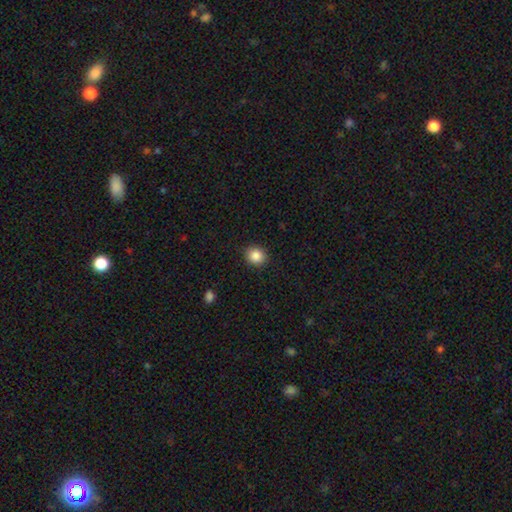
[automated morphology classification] smooth_or_featured: smooth (p=0.86) [alt: star or artifact p=0.09]
how_rounded: round (p=0.80) [alt: in between p=0.20]
merging: none (p=0.90) [alt: minor disturbance p=0.07]